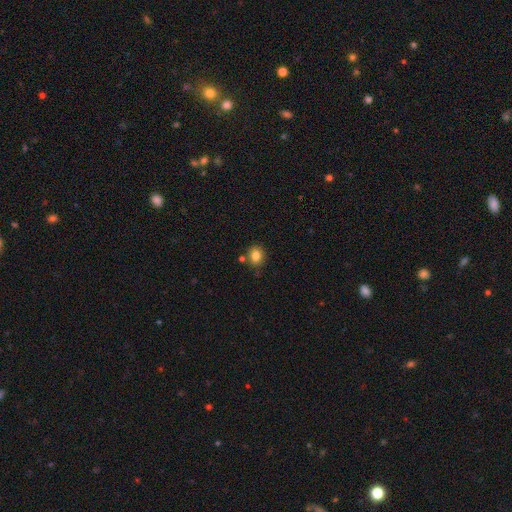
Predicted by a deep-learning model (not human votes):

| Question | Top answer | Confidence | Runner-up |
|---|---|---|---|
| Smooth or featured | smooth | 83% | star or artifact (11%) |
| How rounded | round | 68% | in between (31%) |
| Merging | none | 80% | minor disturbance (10%) |